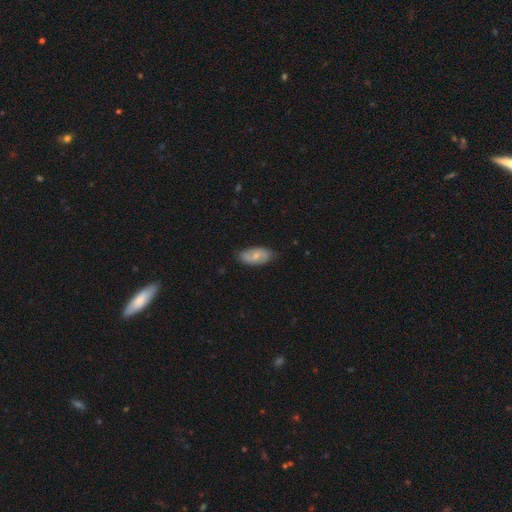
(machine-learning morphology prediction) This is possibly a smooth galaxy (52%). How rounded: clearly in between (92%). Merging: likely none (76%).